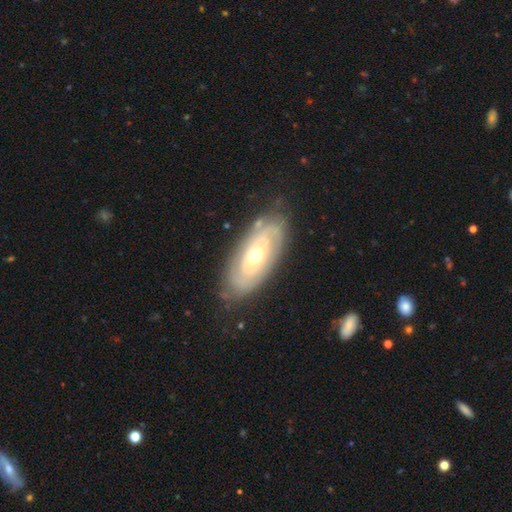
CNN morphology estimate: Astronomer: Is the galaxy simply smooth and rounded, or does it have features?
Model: featured or disk — 76%.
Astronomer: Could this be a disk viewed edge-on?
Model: no — 90%.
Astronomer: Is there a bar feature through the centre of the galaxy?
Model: no — 79%.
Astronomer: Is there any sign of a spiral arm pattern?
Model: yes — 76%.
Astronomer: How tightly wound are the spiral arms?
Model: tight — 77%.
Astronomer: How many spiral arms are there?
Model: can't tell — 53%.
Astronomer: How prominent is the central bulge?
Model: moderate — 62%.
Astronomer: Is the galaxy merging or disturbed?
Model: none — 79%.